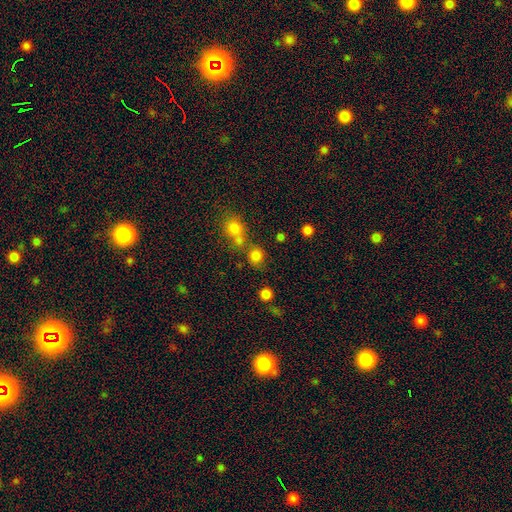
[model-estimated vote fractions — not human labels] Q: Smooth or featured?
A: smooth (80%); runner-up: star or artifact (15%)
Q: How rounded?
A: round (86%); runner-up: in between (13%)
Q: Merging?
A: none (64%); runner-up: merger (22%)